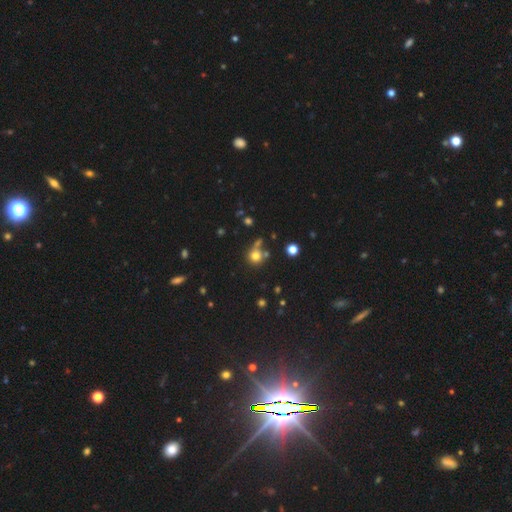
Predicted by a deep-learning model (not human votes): A smooth galaxy with no disk features (75%) that is round (89%).

Vote fractions:
- Smooth or featured? smooth: 75% / star or artifact: 16% / featured or disk: 8%
- How rounded? round: 89% / in between: 10% / cigar-shaped: 1%
- Merging? none: 64% / merger: 20% / minor disturbance: 11% / major disturbance: 5%